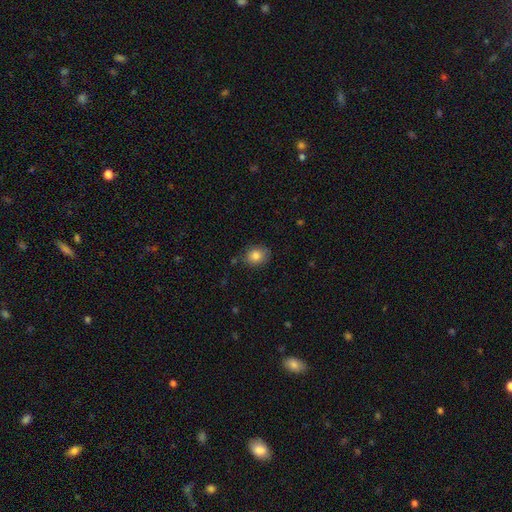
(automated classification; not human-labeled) Morphology: type=smooth (83%); roundness=round (60%); merging=none (80%).